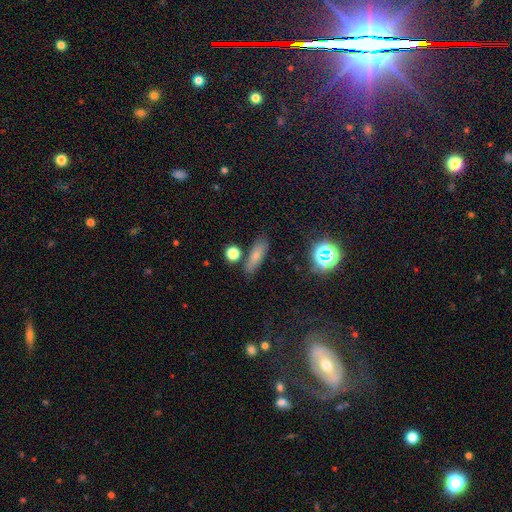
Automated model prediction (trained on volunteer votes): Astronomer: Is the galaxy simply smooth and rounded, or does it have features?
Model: smooth — 71%.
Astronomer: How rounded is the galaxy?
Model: in between — 46%, tied with cigar-shaped at 46%.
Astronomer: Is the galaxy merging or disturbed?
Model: none — 77%.